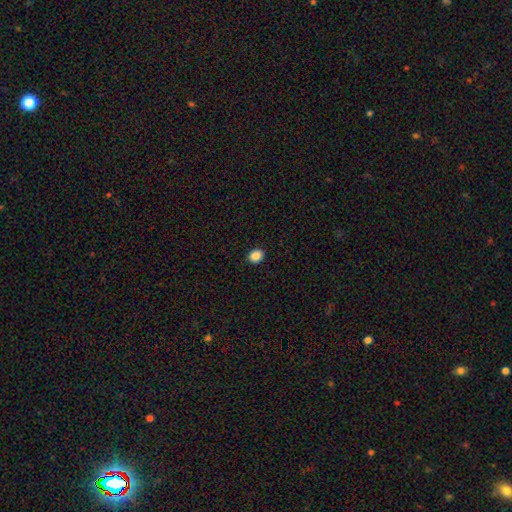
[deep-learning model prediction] Q: Smooth or featured?
A: smooth (87%); runner-up: star or artifact (10%)
Q: How rounded?
A: round (59%); runner-up: in between (40%)
Q: Merging?
A: none (91%); runner-up: minor disturbance (6%)